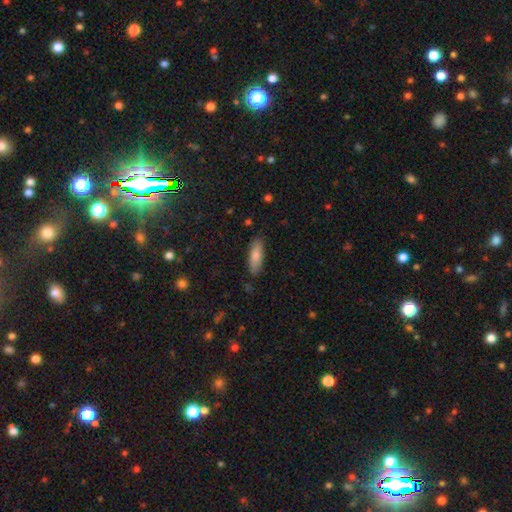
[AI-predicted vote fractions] smooth-or-featured: smooth: 81% | featured or disk: 13% | star or artifact: 6%
  how-rounded: in between: 55% | cigar-shaped: 44% | round: 2%
  merging: none: 85% | minor disturbance: 11% | major disturbance: 2% | merger: 1%